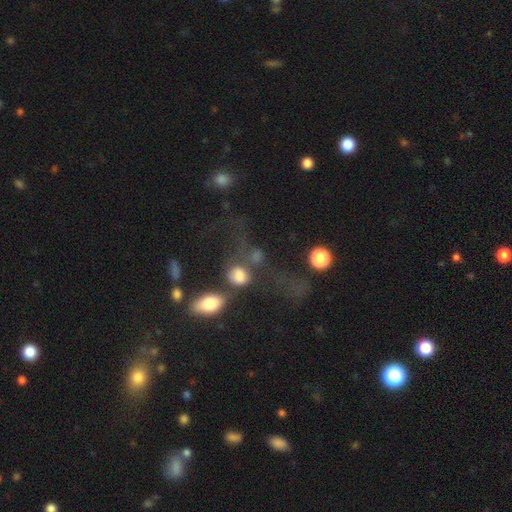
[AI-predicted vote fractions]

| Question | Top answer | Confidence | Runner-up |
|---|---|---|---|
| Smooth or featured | smooth | 60% | featured or disk (20%) |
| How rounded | round | 58% | in between (37%) |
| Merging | major disturbance | 32% | none (29%) |